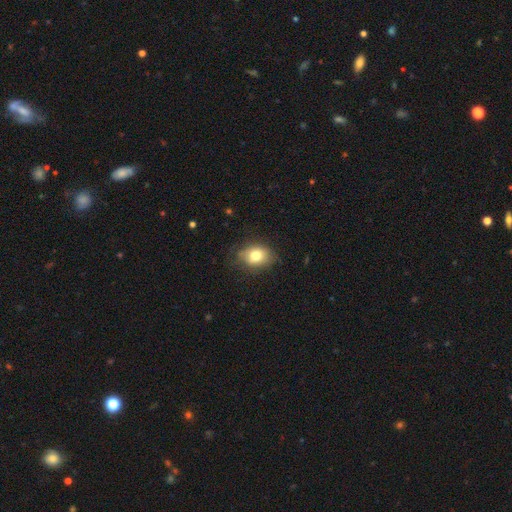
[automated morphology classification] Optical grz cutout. It shows a smooth galaxy with no disk features (75%) that is in between round and cigar-shaped (68%). Merging: none (71%).